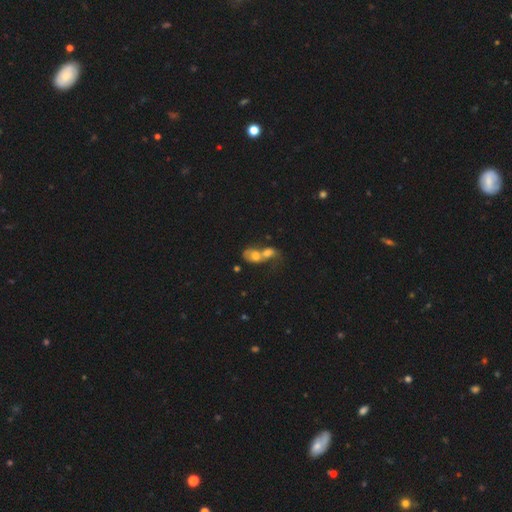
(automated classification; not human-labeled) The model was most divided on "how rounded": in between: 61%, round: 36%, cigar-shaped: 3%. More confident: merging — merger (83%); smooth or featured — smooth (58%).